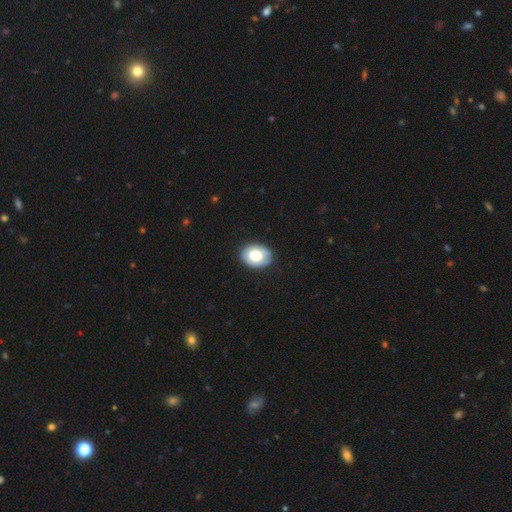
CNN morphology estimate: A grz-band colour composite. It shows a smooth galaxy with no disk features (72%) that is in between round and cigar-shaped (68%). Merging: none (85%).